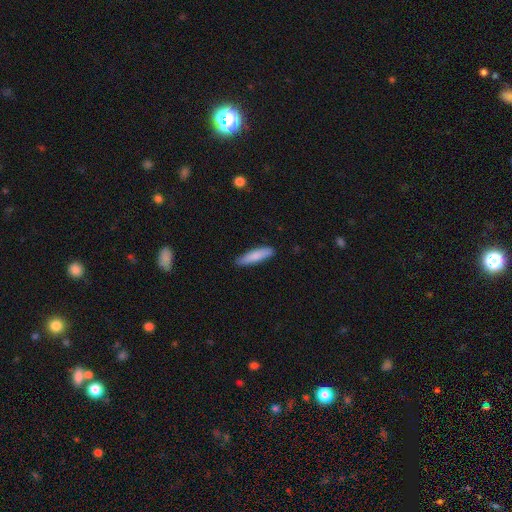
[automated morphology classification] Smooth or featured? Predicted: smooth (p=0.82). How rounded? Predicted: cigar-shaped (p=0.79). Merging? Predicted: none (p=0.85).